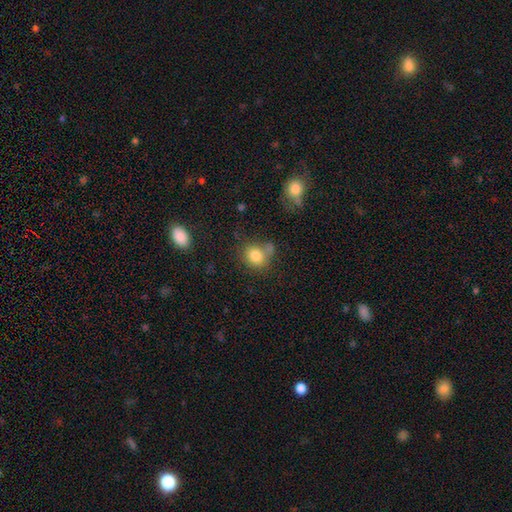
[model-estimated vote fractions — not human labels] A smooth galaxy with no disk features (81%) that is round (69%). Merging: none (53%).